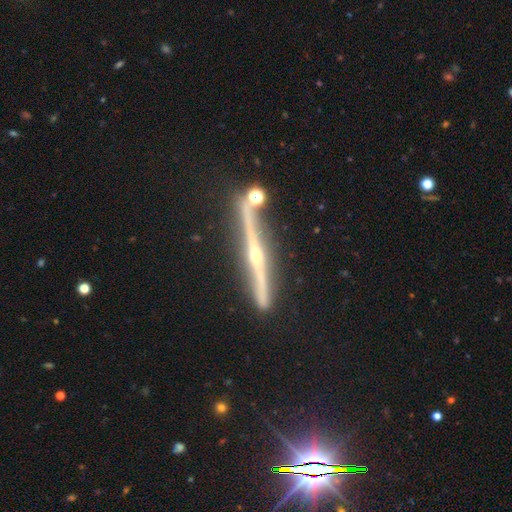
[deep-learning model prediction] This is clearly a featured or disk galaxy (86%). It is clearly viewed edge-on (98%). Edge-on bulge: clearly rounded (86%). Merging: clearly none (81%).